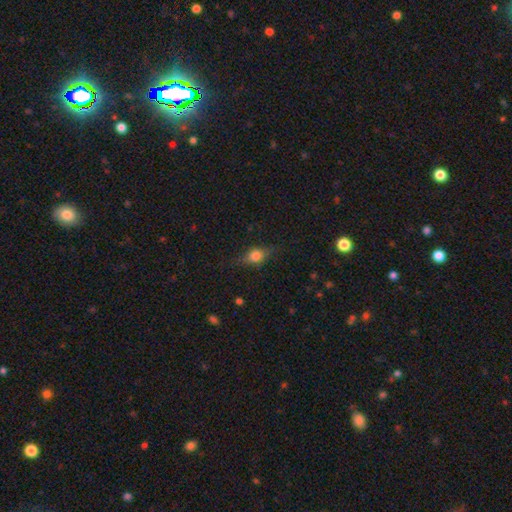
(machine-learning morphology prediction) A smooth galaxy with no disk features (61%) that is in between round and cigar-shaped (56%).

Vote fractions:
- Smooth or featured? smooth: 61% / featured or disk: 27% / star or artifact: 12%
- How rounded? in between: 56% / round: 33% / cigar-shaped: 11%
- Merging? none: 76% / minor disturbance: 18% / major disturbance: 6% / merger: 1%